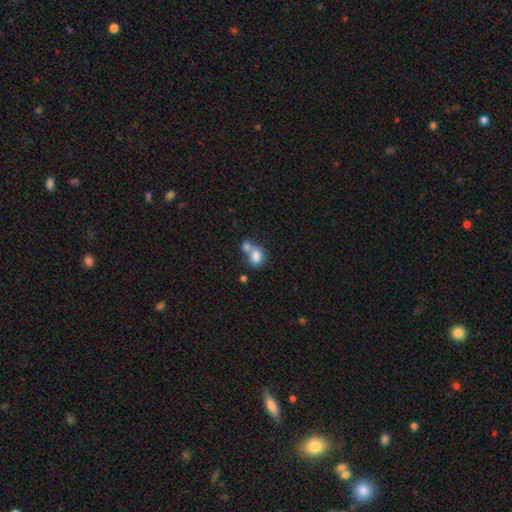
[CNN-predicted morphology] A smooth galaxy with no disk features (80%) that is round (52%). Merging: merger (56%).